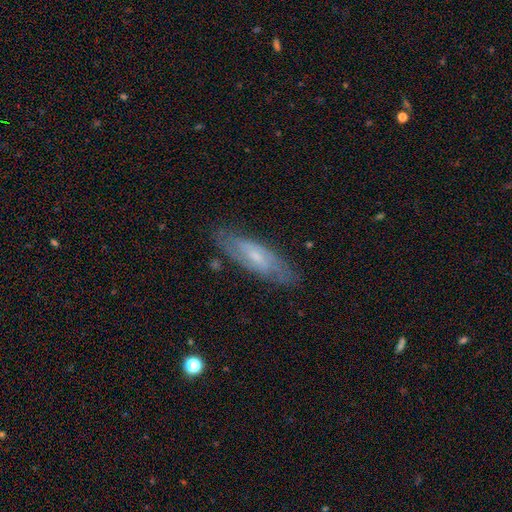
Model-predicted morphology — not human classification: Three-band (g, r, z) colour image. It shows a featured or disk galaxy (63%). Merging: none (79%).